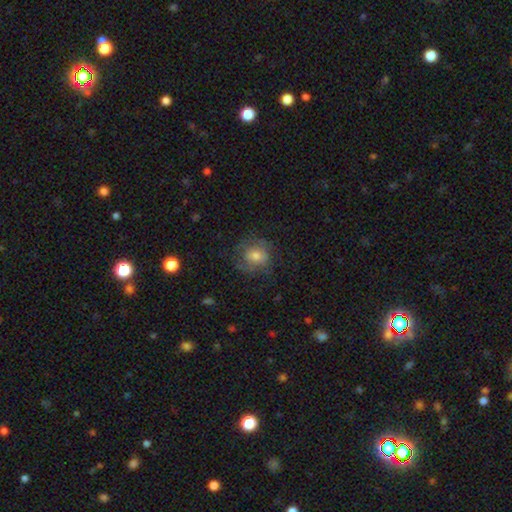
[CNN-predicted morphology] Q: Smooth or featured?
A: smooth (65%); runner-up: featured or disk (24%)
Q: How rounded?
A: round (79%); runner-up: in between (21%)
Q: Merging?
A: none (68%); runner-up: minor disturbance (19%)